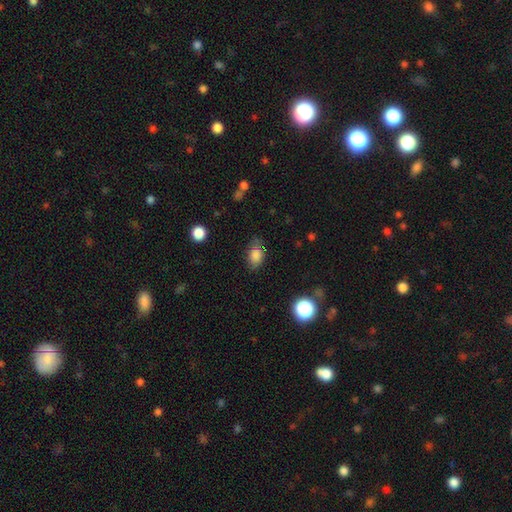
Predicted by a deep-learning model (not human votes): This is clearly a smooth galaxy (82%). How rounded: clearly in between (82%). Merging: likely none (72%).